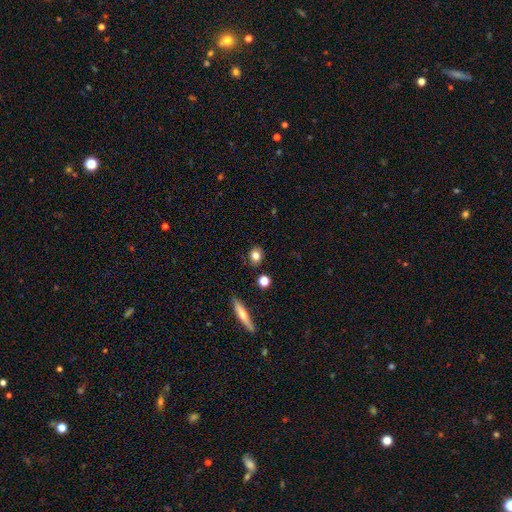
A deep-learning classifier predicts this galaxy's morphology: Smooth or featured: smooth — 79% (featured or disk — 12%)
How rounded: round — 56% (in between — 41%)
Merging: none — 85% (minor disturbance — 10%)